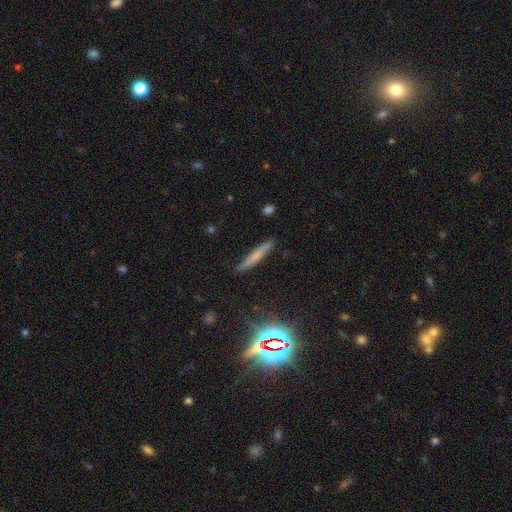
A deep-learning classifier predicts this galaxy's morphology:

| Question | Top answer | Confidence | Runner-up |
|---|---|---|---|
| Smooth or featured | smooth | 58% | featured or disk (27%) |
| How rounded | cigar-shaped | 92% | in between (6%) |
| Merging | none | 82% | minor disturbance (13%) |